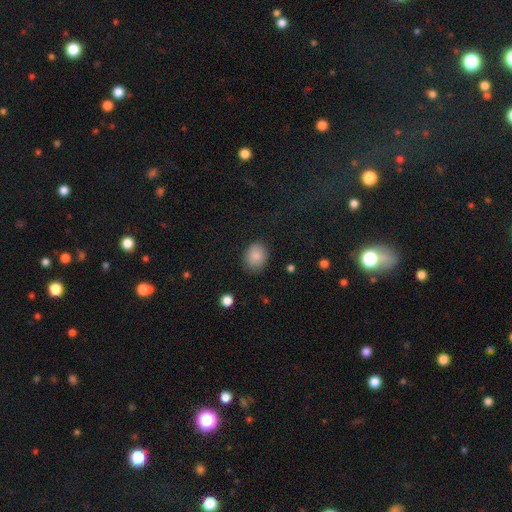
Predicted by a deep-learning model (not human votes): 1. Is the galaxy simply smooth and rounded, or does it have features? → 87% smooth, 8% star or artifact, 5% featured or disk.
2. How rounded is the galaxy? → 50% round, 49% in between, 1% cigar-shaped.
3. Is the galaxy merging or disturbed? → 81% none, 14% minor disturbance, 4% major disturbance, 1% merger.